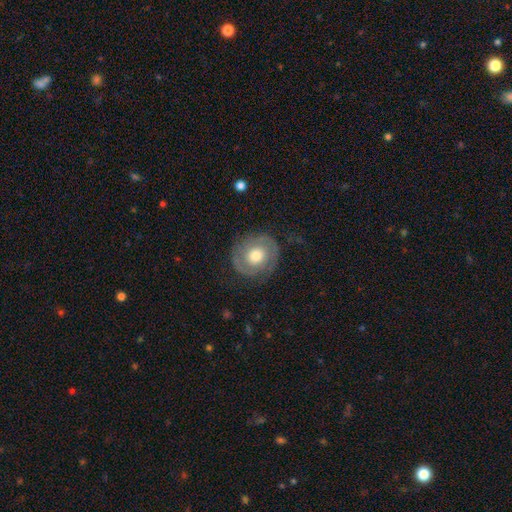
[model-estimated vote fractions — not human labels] A featured or disk galaxy (57%) with no bar (81%), spiral arms (68%) and a moderate central bulge (63%). Merging: none (79%).